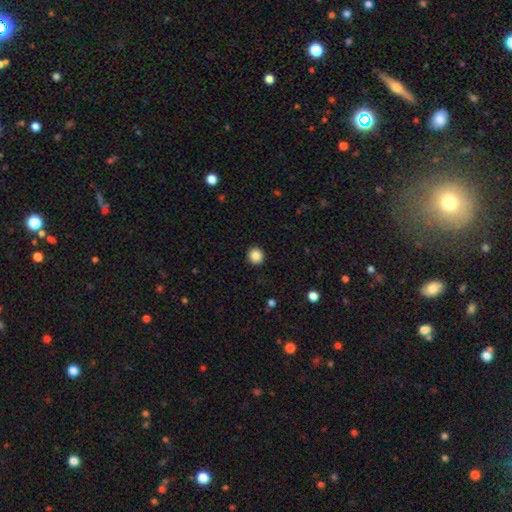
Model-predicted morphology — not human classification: Smooth or featured?
  - smooth: 87% *
  - star or artifact: 9%
  - featured or disk: 3%
How rounded?
  - round: 93% *
  - in between: 6%
  - cigar-shaped: 1%
Merging?
  - none: 92% *
  - minor disturbance: 5%
  - major disturbance: 2%
  - merger: 1%